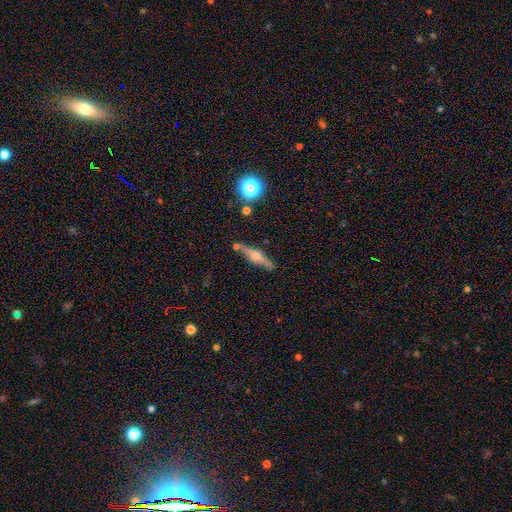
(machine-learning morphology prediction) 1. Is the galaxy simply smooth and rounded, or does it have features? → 69% featured or disk, 22% smooth, 9% star or artifact.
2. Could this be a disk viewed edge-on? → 96% yes, 4% no.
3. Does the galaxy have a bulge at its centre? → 88% rounded, 8% boxy, 4% none.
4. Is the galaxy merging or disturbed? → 83% none, 10% minor disturbance, 5% merger, 2% major disturbance.